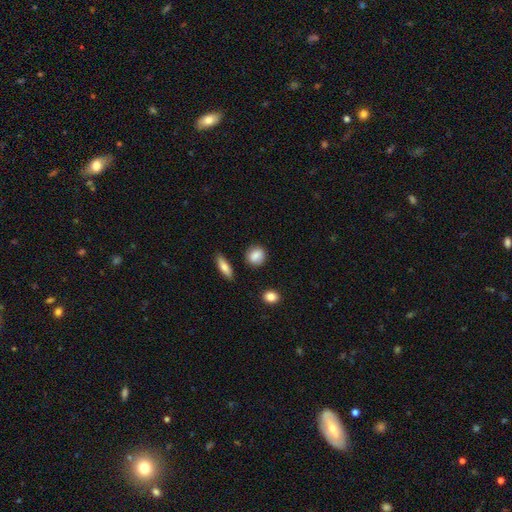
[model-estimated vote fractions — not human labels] Overall: smooth (87%). How rounded: round (71%). Merging: none (84%).